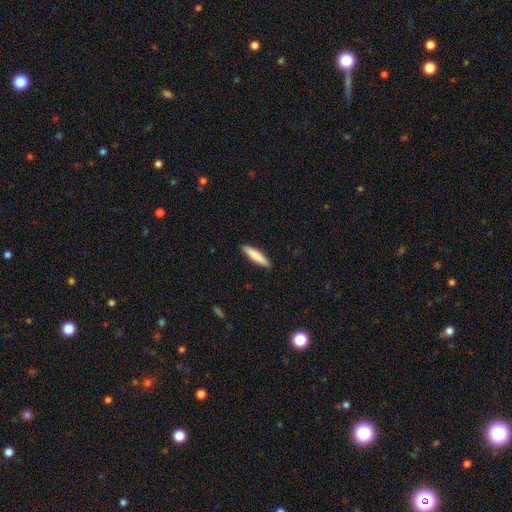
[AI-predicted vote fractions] Smooth or featured?
  - smooth: 82% *
  - featured or disk: 12%
  - star or artifact: 5%
How rounded?
  - cigar-shaped: 84% *
  - in between: 15%
  - round: 1%
Merging?
  - none: 90% *
  - minor disturbance: 7%
  - major disturbance: 2%
  - merger: 1%